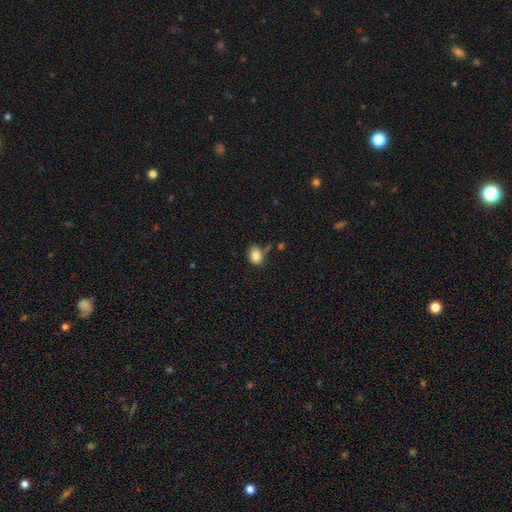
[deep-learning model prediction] Smooth or featured? Predicted: smooth (p=0.84). How rounded? Predicted: in between (p=0.69). Merging? Predicted: none (p=0.55).